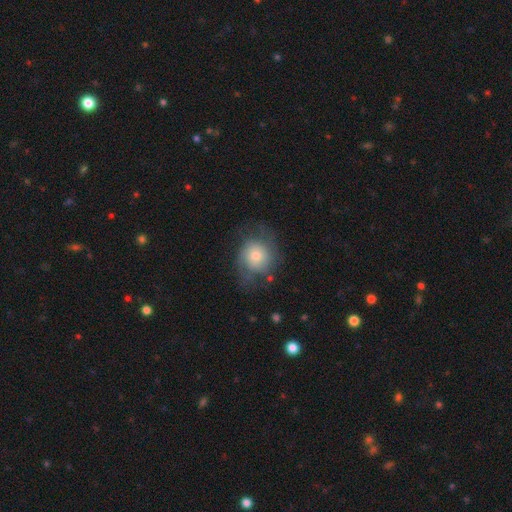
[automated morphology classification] Smooth or featured: smooth — 48% (featured or disk — 44%)
Merging: none — 56% (minor disturbance — 24%)